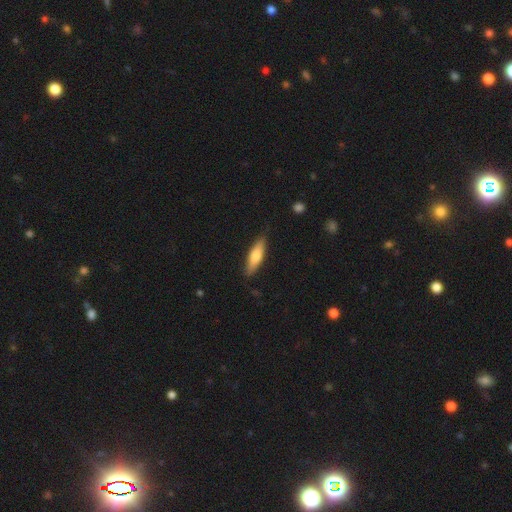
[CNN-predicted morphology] This is likely a smooth galaxy (68%). How rounded: possibly cigar-shaped (59%). Merging: clearly none (84%).